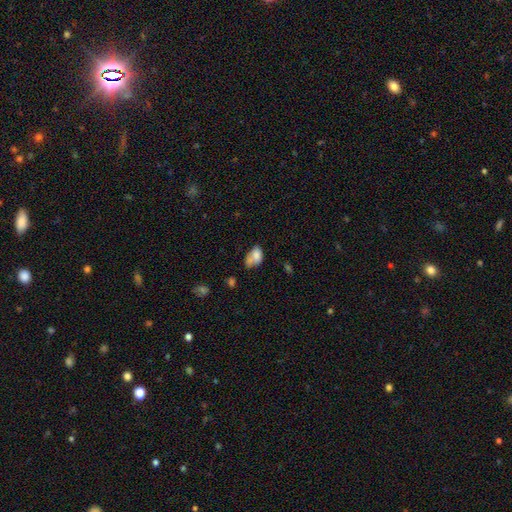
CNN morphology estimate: Q: Smooth or featured?
A: smooth (74%); runner-up: featured or disk (16%)
Q: How rounded?
A: in between (85%); runner-up: round (14%)
Q: Merging?
A: none (28%); tied with: merger (28%)